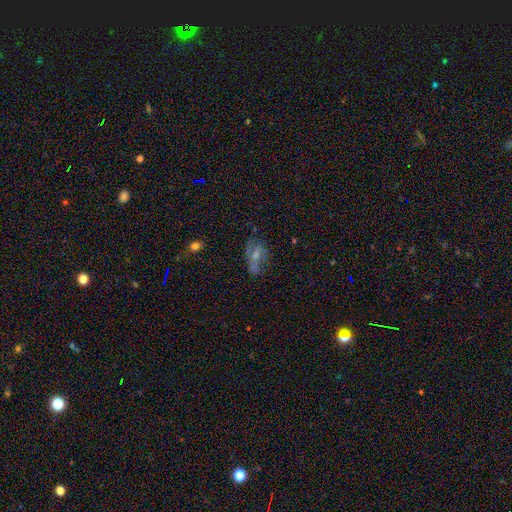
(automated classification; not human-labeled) featured or disk 49%, smooth 36%, star or artifact 16%. Down the decision tree: merging — none (51%).